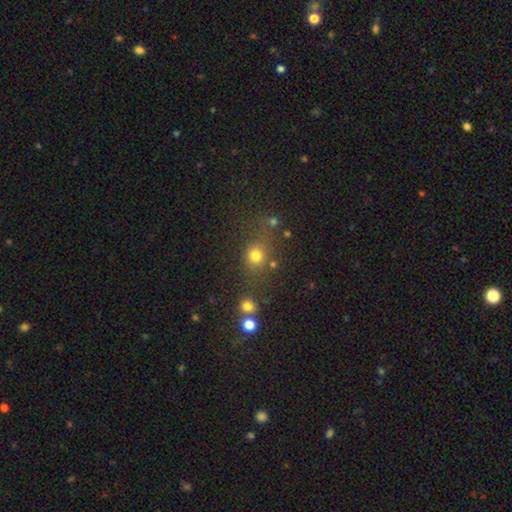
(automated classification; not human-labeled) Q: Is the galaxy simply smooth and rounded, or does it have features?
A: smooth — 76%.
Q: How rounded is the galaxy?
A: round — 81%.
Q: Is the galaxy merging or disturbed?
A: none — 63%.